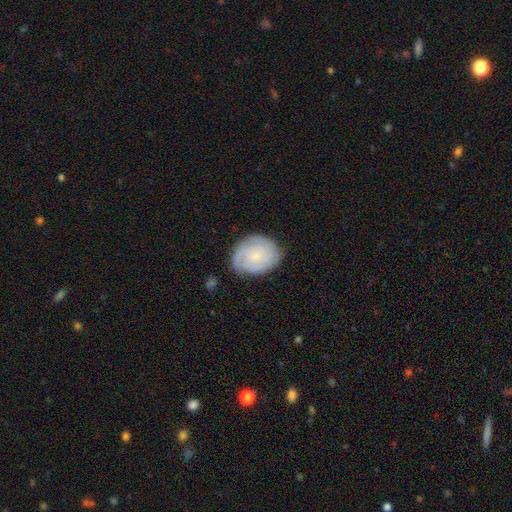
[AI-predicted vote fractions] featured or disk 54%, smooth 39%, star or artifact 7%. Down the decision tree: edge-on disk — no (97%); bar — no (80%); spiral arms — yes (86%); bulge size — small (75%); merging — none (73%).